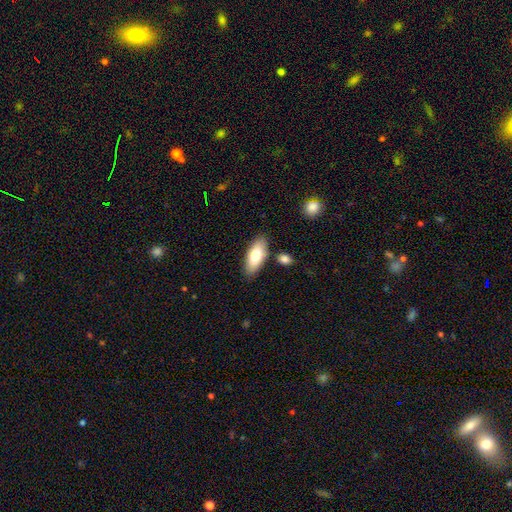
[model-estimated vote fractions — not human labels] smooth_or_featured: smooth (p=0.77) [alt: featured or disk p=0.17]
how_rounded: in between (p=0.83) [alt: cigar-shaped p=0.15]
merging: none (p=0.82) [alt: minor disturbance p=0.11]